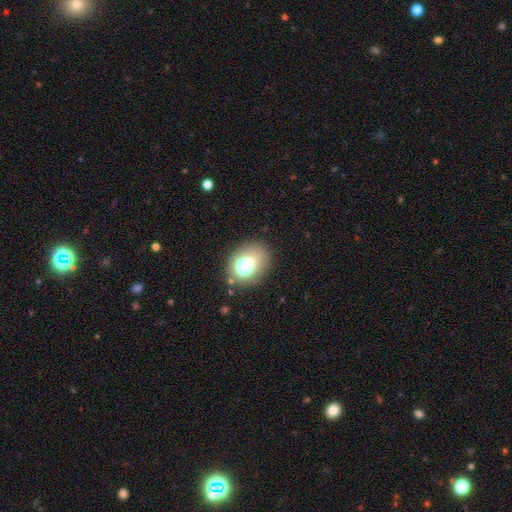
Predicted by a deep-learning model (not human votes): The model was most divided on "how rounded": round: 55%, in between: 44%, cigar-shaped: 1%. More confident: merging — none (75%); smooth or featured — smooth (63%).